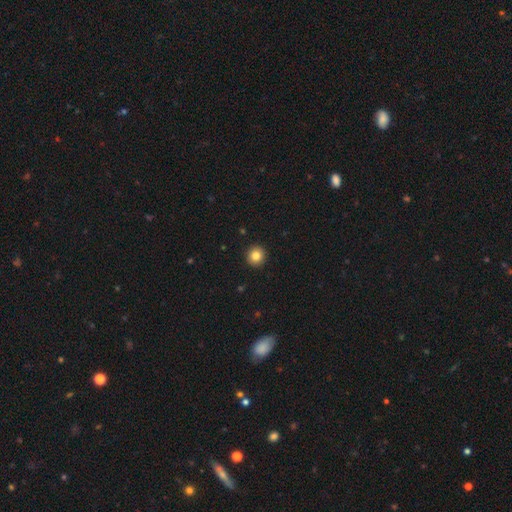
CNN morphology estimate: Smooth or featured? smooth (83%)
How rounded? round (95%)
Merging? none (93%)